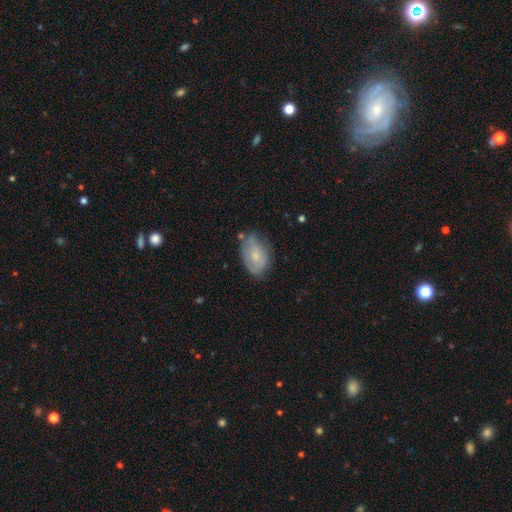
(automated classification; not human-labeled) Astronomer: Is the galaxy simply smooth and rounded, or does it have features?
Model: smooth — 57% (runner-up: featured or disk, 36%).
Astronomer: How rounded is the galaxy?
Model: in between — 88%.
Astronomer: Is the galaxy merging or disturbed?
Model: none — 57%.